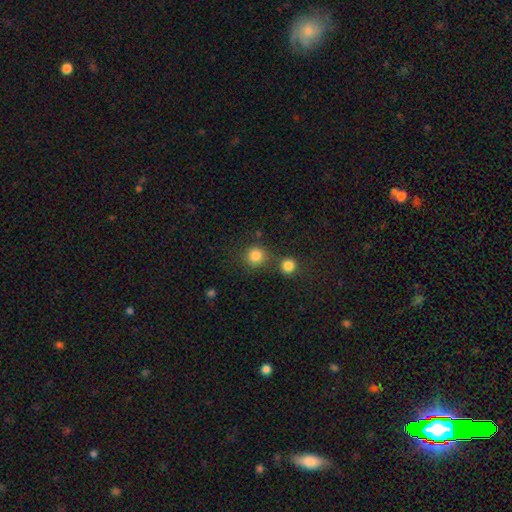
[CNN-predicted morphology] Smooth or featured? Predicted: smooth (p=0.83). How rounded? Predicted: round (p=0.92). Merging? Predicted: none (p=0.71).